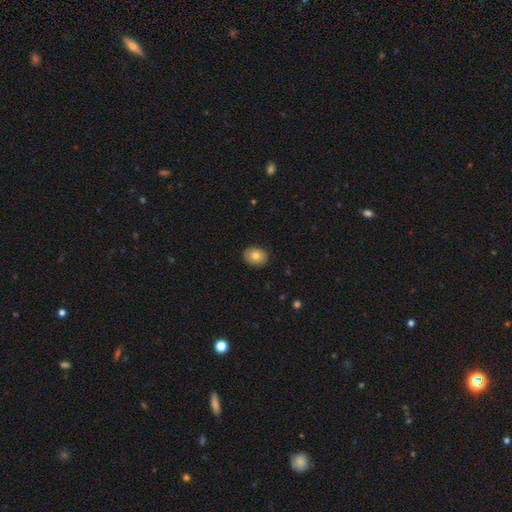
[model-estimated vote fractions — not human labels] smooth 81%, featured or disk 11%, star or artifact 8%. Down the decision tree: how rounded — in between (55%); merging — none (90%).